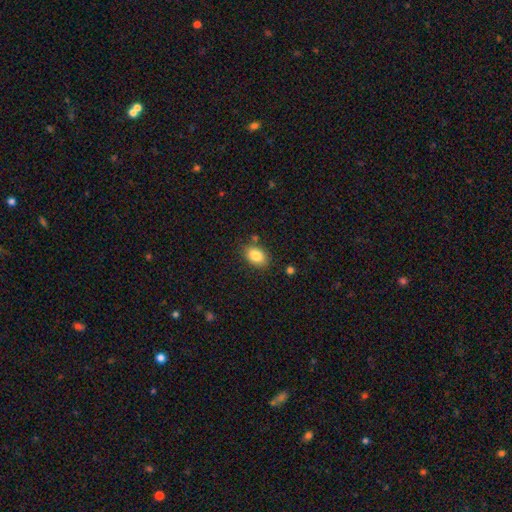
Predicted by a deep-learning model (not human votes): Morphology: type=smooth (84%); roundness=in between (80%); merging=none (81%).